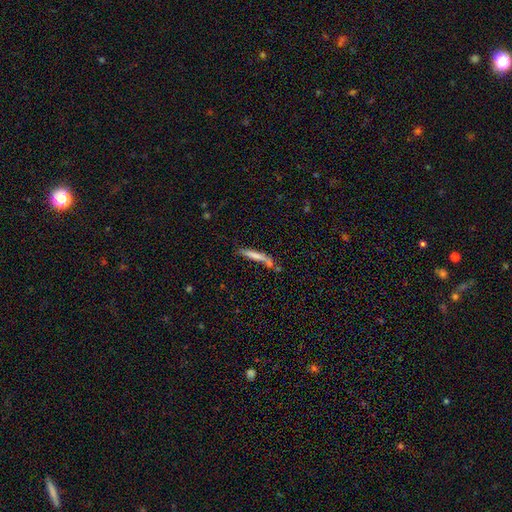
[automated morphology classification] The model was most divided on "merging": none: 57%, minor disturbance: 19%, merger: 16%, major disturbance: 7%. More confident: how rounded — cigar-shaped (92%); smooth or featured — smooth (67%).